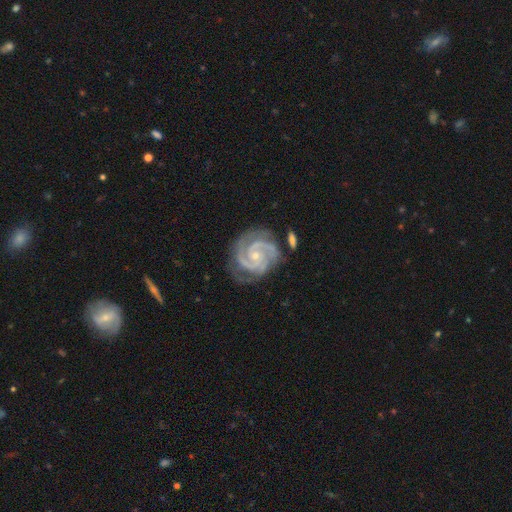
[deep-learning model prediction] Q: Smooth or featured?
A: featured or disk (94%); runner-up: star or artifact (4%)
Q: Edge-on disk?
A: no (98%); runner-up: yes (2%)
Q: Bar?
A: no (67%); runner-up: weak (25%)
Q: Spiral arms?
A: yes (99%); runner-up: no (1%)
Q: Spiral winding?
A: tight (66%); runner-up: medium (31%)
Q: Spiral arm count?
A: 2 (43%); runner-up: 3 (41%)
Q: Bulge size?
A: small (74%); runner-up: moderate (22%)
Q: Merging?
A: none (71%); runner-up: minor disturbance (20%)